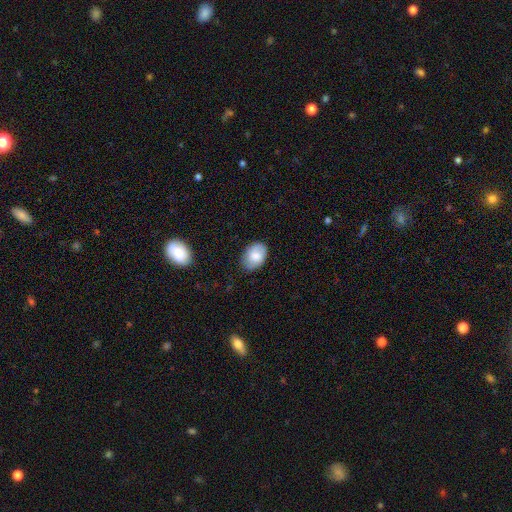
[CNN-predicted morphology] A smooth galaxy with no disk features (75%) that is in between round and cigar-shaped (81%). Merging: none (77%).